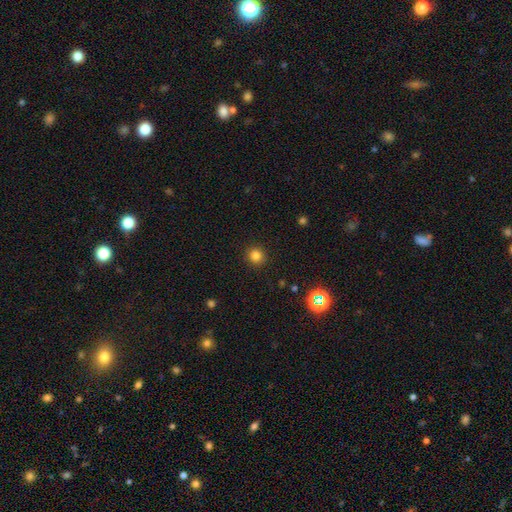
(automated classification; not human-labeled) Smooth or featured: smooth — 82% (star or artifact — 13%)
How rounded: round — 94% (in between — 5%)
Merging: none — 92% (minor disturbance — 5%)